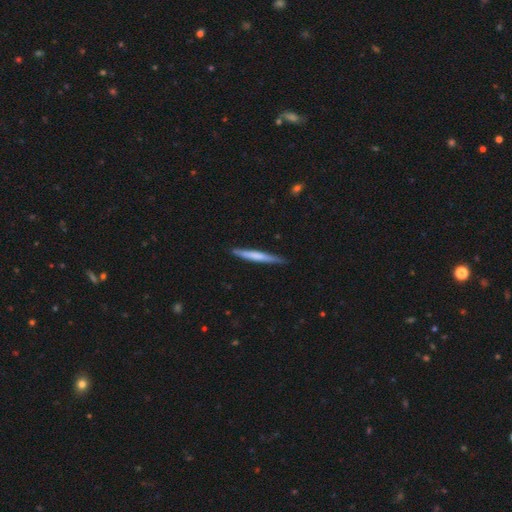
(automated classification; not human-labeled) smooth_or_featured: smooth (p=0.59) [alt: featured or disk p=0.37]
how_rounded: cigar-shaped (p=0.96) [alt: in between p=0.03]
merging: none (p=0.86) [alt: minor disturbance p=0.11]